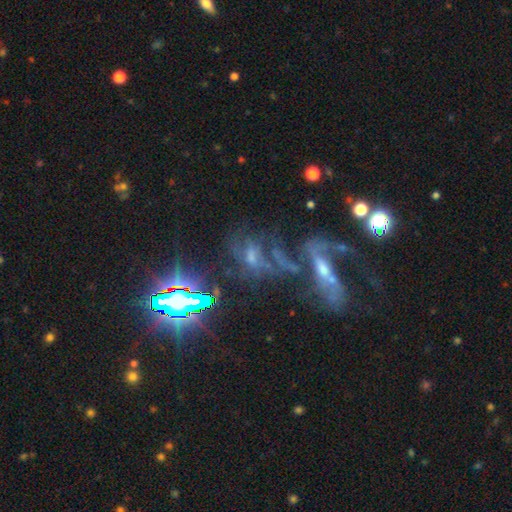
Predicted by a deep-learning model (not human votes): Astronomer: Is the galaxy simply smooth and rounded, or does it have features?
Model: star or artifact — 44% (runner-up: featured or disk, 40%).